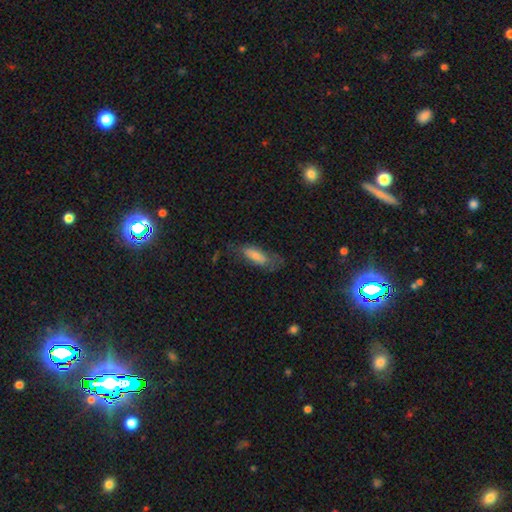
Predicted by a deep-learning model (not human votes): This is likely a smooth galaxy (72%). How rounded: likely in between (70%). Merging: possibly none (49%).